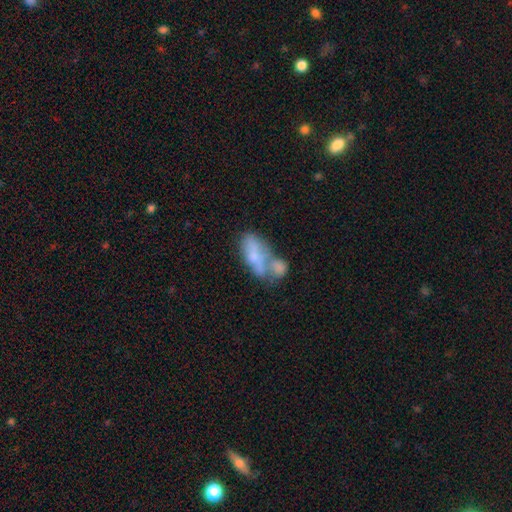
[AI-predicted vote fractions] Smooth or featured: smooth — 58% (featured or disk — 34%)
How rounded: in between — 81% (cigar-shaped — 14%)
Merging: merger — 57% (none — 20%)